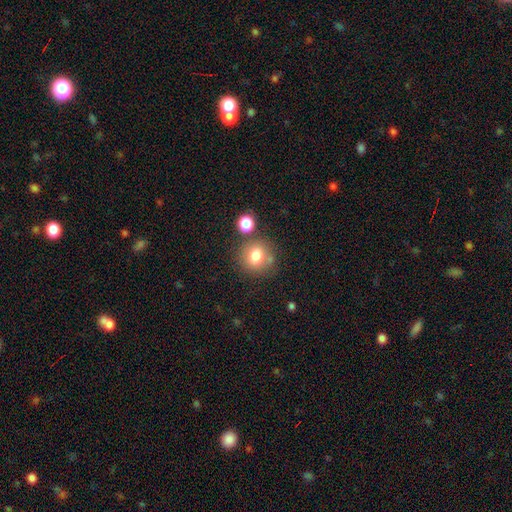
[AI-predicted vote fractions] The model was most divided on "merging": none: 69%, merger: 13%, minor disturbance: 13%, major disturbance: 5%. More confident: how rounded — round (84%); smooth or featured — smooth (78%).